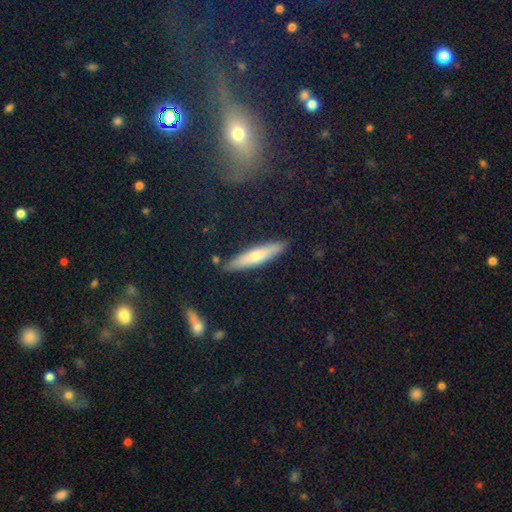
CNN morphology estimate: Smooth or featured? Predicted: smooth (p=0.60). How rounded? Predicted: cigar-shaped (p=0.86). Merging? Predicted: none (p=0.88).